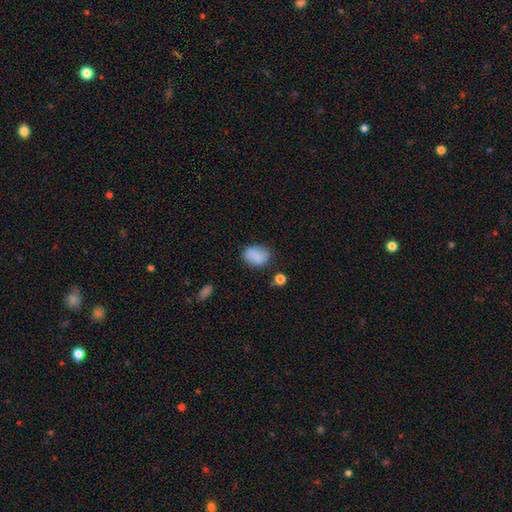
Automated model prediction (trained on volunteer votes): A smooth galaxy with no disk features (79%) that is in between round and cigar-shaped (67%).

Vote fractions:
- Smooth or featured? smooth: 79% / featured or disk: 12% / star or artifact: 9%
- How rounded? in between: 67% / round: 31% / cigar-shaped: 1%
- Merging? none: 71% / minor disturbance: 20% / major disturbance: 6% / merger: 3%